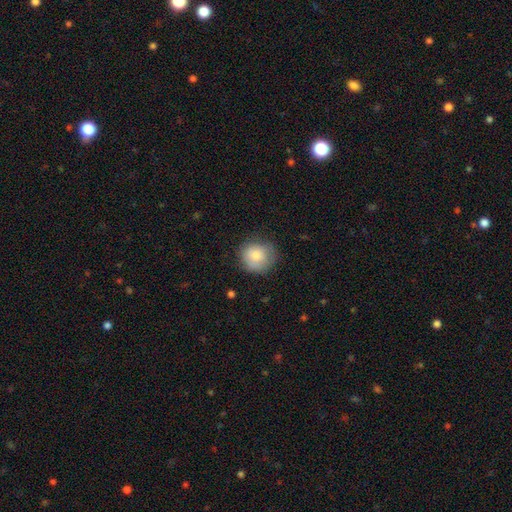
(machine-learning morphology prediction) type=smooth (82%); roundness=round (88%); merging=none (73%).